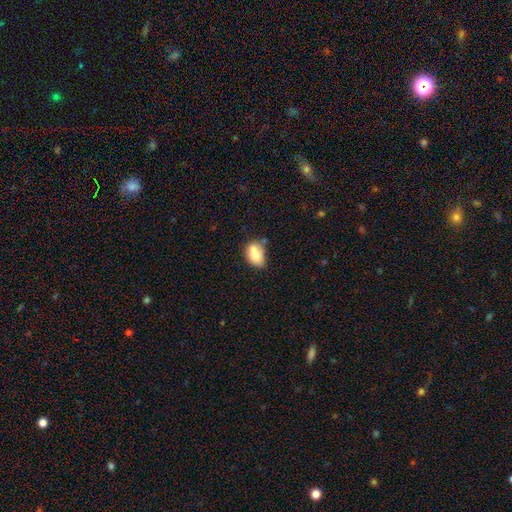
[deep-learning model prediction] Smooth or featured?
  - smooth: 69% *
  - featured or disk: 22%
  - star or artifact: 9%
How rounded?
  - in between: 74% *
  - round: 24%
  - cigar-shaped: 2%
Merging?
  - merger: 44% *
  - none: 33%
  - minor disturbance: 17%
  - major disturbance: 6%